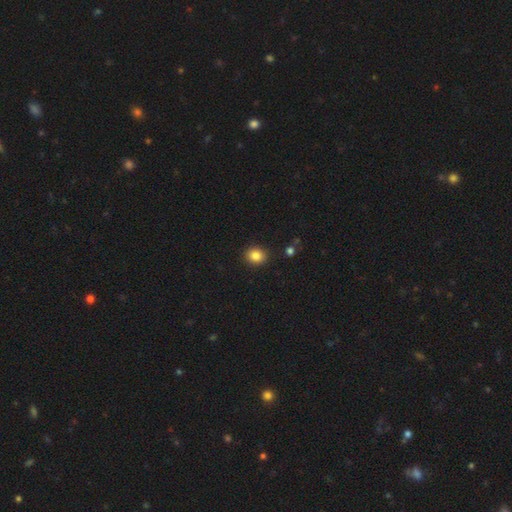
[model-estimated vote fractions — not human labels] Smooth or featured?
  - smooth: 85% *
  - star or artifact: 10%
  - featured or disk: 5%
How rounded?
  - round: 66% *
  - in between: 33%
  - cigar-shaped: 1%
Merging?
  - none: 90% *
  - minor disturbance: 7%
  - major disturbance: 2%
  - merger: 2%